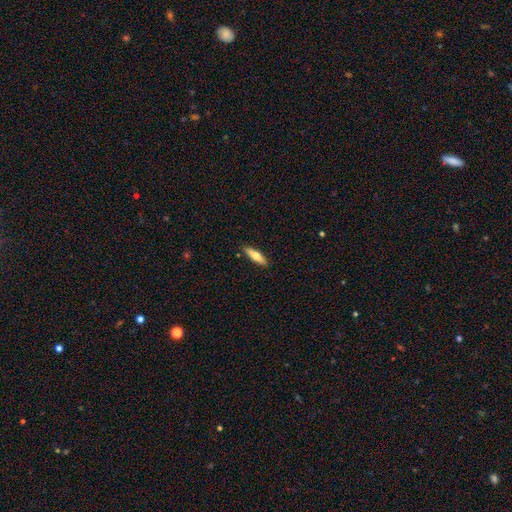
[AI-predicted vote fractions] Smooth or featured? Predicted: smooth (p=0.60). How rounded? Predicted: cigar-shaped (p=0.68). Merging? Predicted: none (p=0.89).